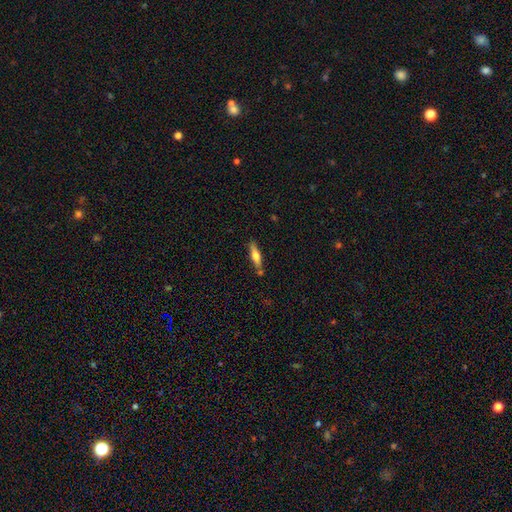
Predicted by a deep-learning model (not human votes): The model was most divided on "smooth or featured": smooth: 52%, featured or disk: 42%, star or artifact: 6%. More confident: merging — none (77%); how rounded — cigar-shaped (71%).